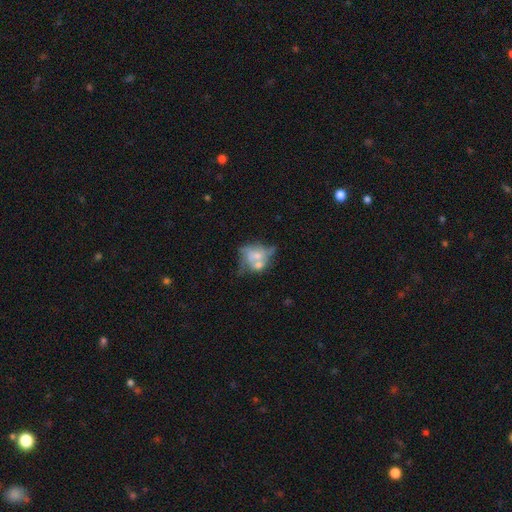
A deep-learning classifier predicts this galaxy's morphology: Overall: featured or disk (49%; smooth 41%). Merging: merger (48%; none 20%).